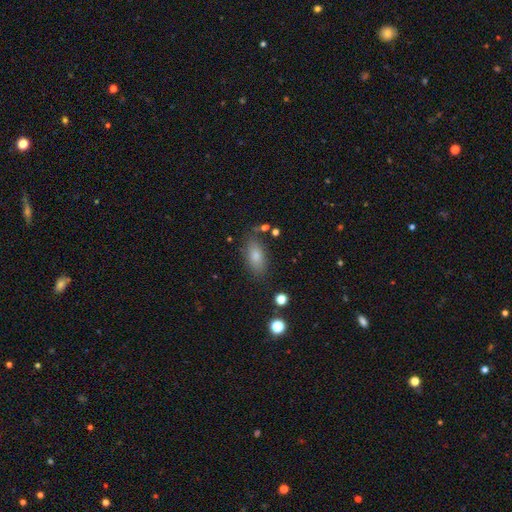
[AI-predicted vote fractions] Smooth or featured?
  - smooth: 73% *
  - star or artifact: 13%
  - featured or disk: 13%
How rounded?
  - in between: 84% *
  - cigar-shaped: 10%
  - round: 6%
Merging?
  - none: 81% *
  - minor disturbance: 12%
  - merger: 4%
  - major disturbance: 3%